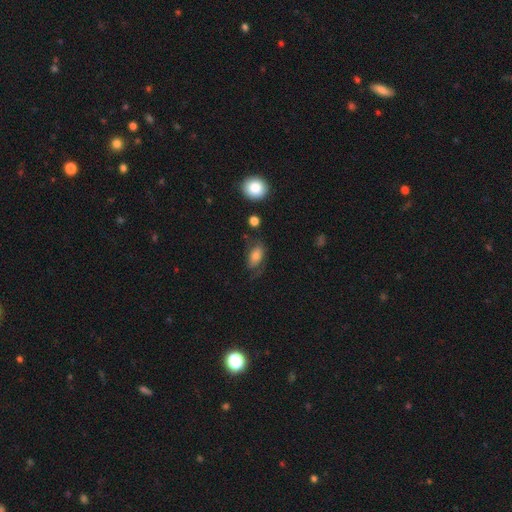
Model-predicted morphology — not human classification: Q: Smooth or featured?
A: smooth (69%); runner-up: featured or disk (22%)
Q: How rounded?
A: in between (88%); runner-up: round (8%)
Q: Merging?
A: none (52%); runner-up: minor disturbance (26%)